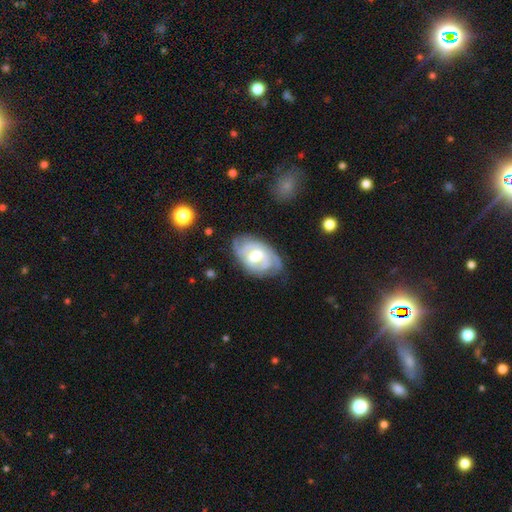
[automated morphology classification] This appears to be a featured or disk galaxy (84%) with a weak bar (51%), 2 (34%) tight (56%) spiral arms (94%) and a moderate central bulge (69%). Merging: none (69%).